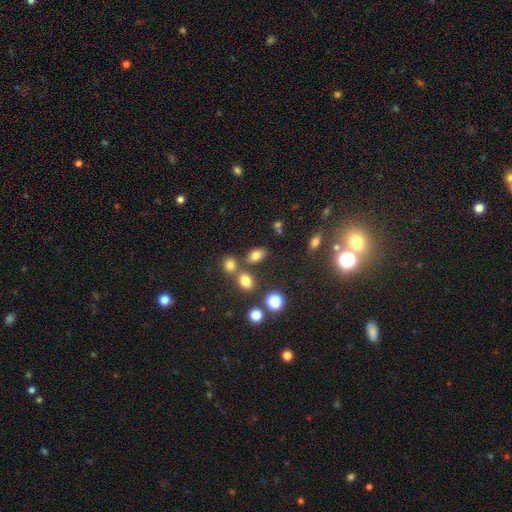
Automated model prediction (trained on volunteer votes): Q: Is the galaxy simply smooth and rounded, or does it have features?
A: smooth — 76%.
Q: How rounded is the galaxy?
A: in between — 81%.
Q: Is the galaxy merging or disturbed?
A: none — 66%.